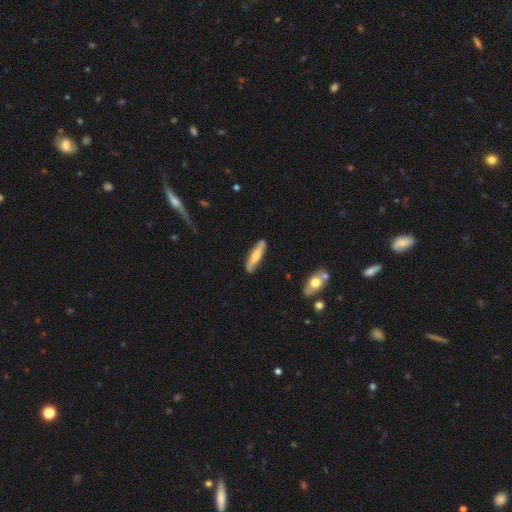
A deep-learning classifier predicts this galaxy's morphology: Smooth or featured? smooth (53%)
How rounded? cigar-shaped (75%)
Merging? none (84%)